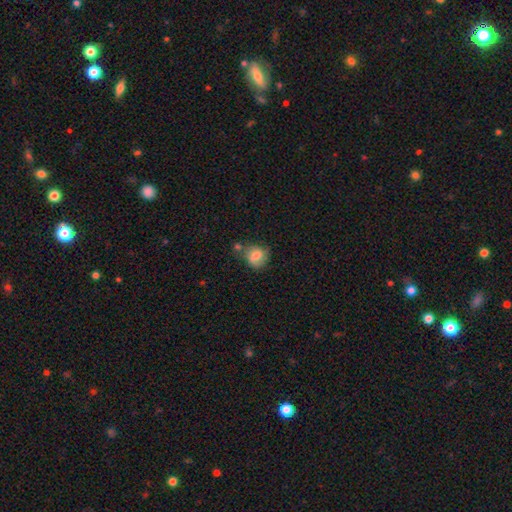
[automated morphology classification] Smooth or featured: smooth — 73% (featured or disk — 18%)
How rounded: round — 70% (in between — 29%)
Merging: none — 53% (minor disturbance — 24%)